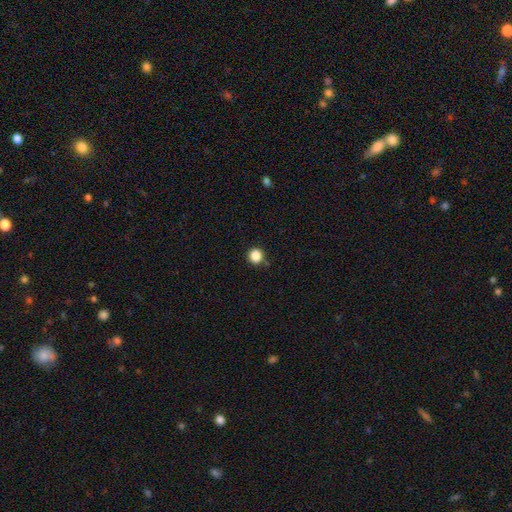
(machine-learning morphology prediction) Overall: smooth (85%). How rounded: round (93%). Merging: none (88%).